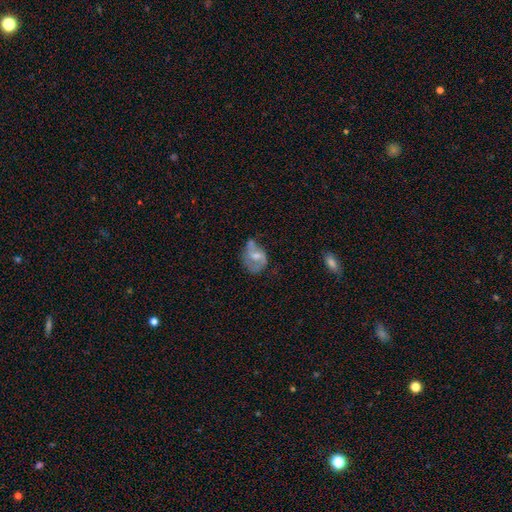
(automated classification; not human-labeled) featured or disk 51%, smooth 41%, star or artifact 9%. Down the decision tree: edge-on disk — no (97%); merging — none (32%).